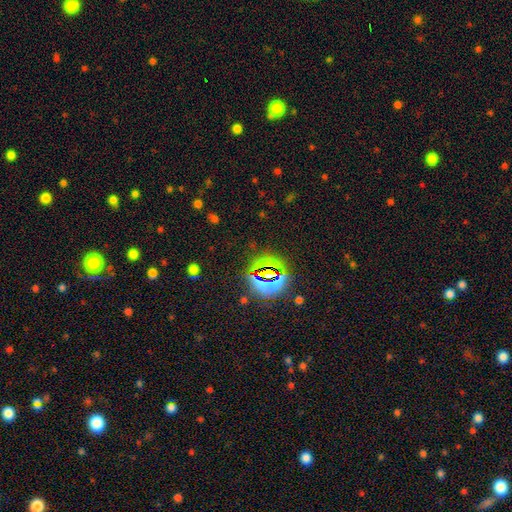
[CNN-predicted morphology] A star or artifact, not a galaxy (79%).

Vote fractions:
- Smooth or featured? star or artifact: 79% / smooth: 14% / featured or disk: 7%